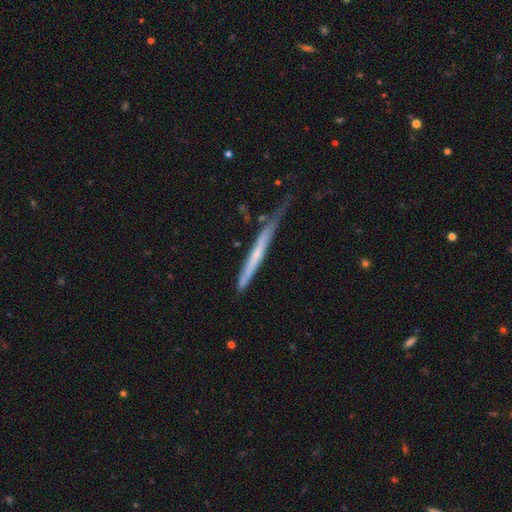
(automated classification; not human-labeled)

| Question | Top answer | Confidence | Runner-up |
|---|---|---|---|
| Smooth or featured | featured or disk | 52% | smooth (41%) |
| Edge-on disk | yes | 93% | no (7%) |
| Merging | none | 53% | minor disturbance (33%) |